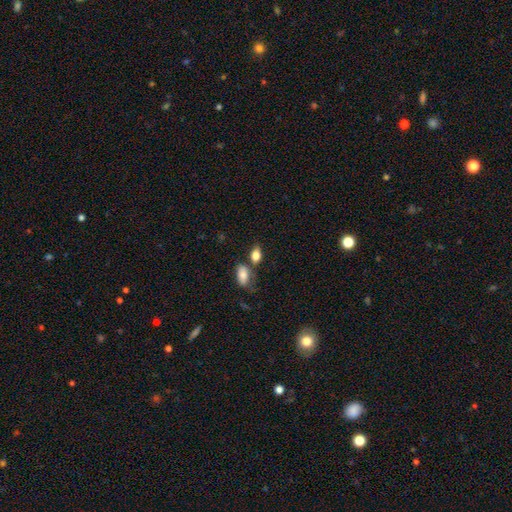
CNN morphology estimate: Q: Smooth or featured?
A: smooth (81%); runner-up: featured or disk (10%)
Q: How rounded?
A: in between (84%); runner-up: round (13%)
Q: Merging?
A: none (55%); runner-up: merger (25%)